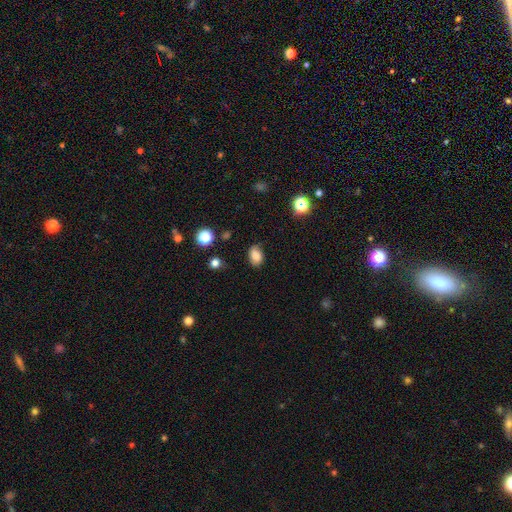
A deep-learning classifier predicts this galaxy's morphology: Smooth or featured: smooth — 78% (star or artifact — 11%)
How rounded: in between — 78% (round — 21%)
Merging: none — 72% (minor disturbance — 22%)